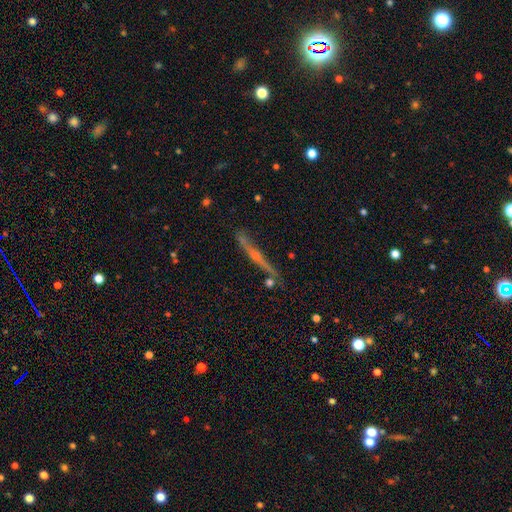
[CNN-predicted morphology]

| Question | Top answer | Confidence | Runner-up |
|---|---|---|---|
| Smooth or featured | featured or disk | 73% | smooth (18%) |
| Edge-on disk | yes | 95% | no (5%) |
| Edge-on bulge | rounded | 72% | none (22%) |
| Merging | none | 75% | minor disturbance (16%) |